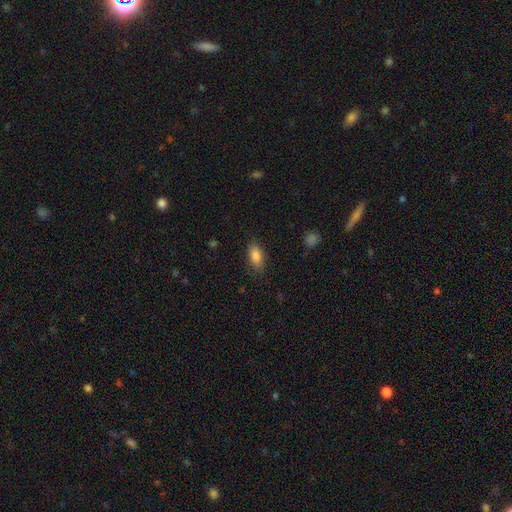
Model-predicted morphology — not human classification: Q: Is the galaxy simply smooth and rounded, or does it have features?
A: smooth — 84%.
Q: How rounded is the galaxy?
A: in between — 88%.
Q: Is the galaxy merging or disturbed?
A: none — 82%.